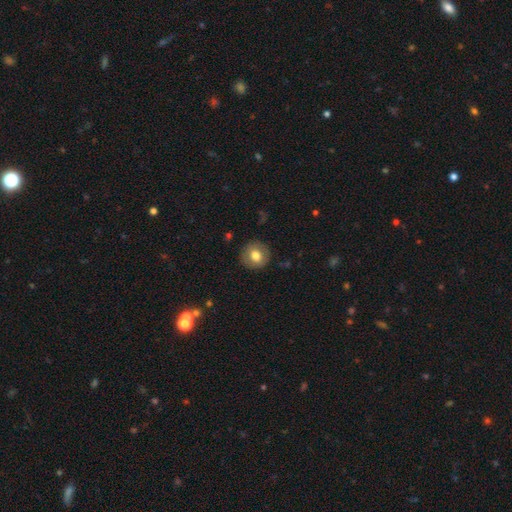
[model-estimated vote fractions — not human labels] Smooth or featured?
  - smooth: 74% *
  - featured or disk: 17%
  - star or artifact: 8%
How rounded?
  - round: 91% *
  - in between: 8%
  - cigar-shaped: 1%
Merging?
  - none: 90% *
  - minor disturbance: 7%
  - major disturbance: 2%
  - merger: 1%